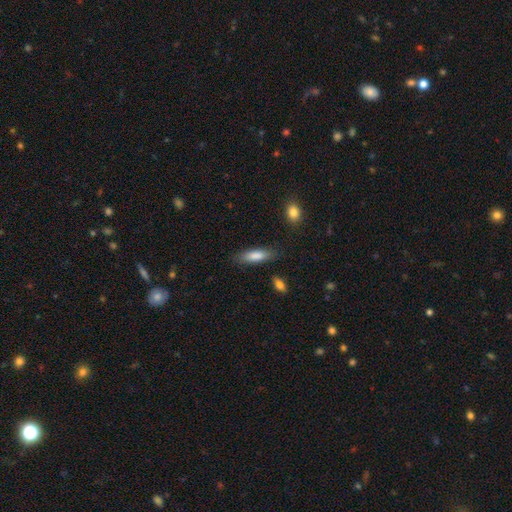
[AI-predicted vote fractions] smooth-or-featured: smooth: 82% | featured or disk: 11% | star or artifact: 7%
  how-rounded: cigar-shaped: 53% | in between: 46% | round: 2%
  merging: none: 83% | minor disturbance: 12% | major disturbance: 3% | merger: 2%